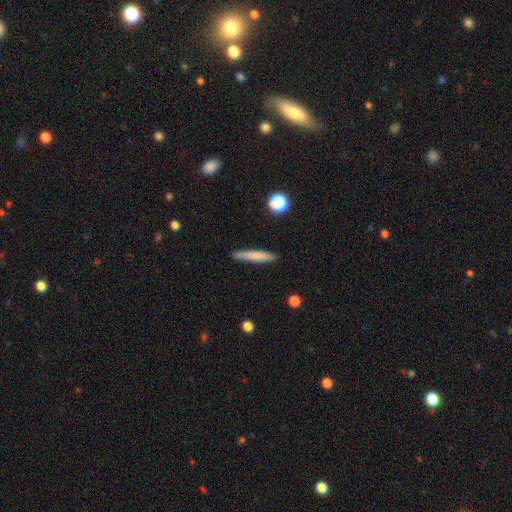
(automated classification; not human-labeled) A smooth galaxy with no disk features (75%) that is cigar-shaped (93%).

Vote fractions:
- Smooth or featured? smooth: 75% / featured or disk: 18% / star or artifact: 7%
- How rounded? cigar-shaped: 93% / in between: 6% / round: 2%
- Merging? none: 88% / minor disturbance: 9% / major disturbance: 2% / merger: 1%